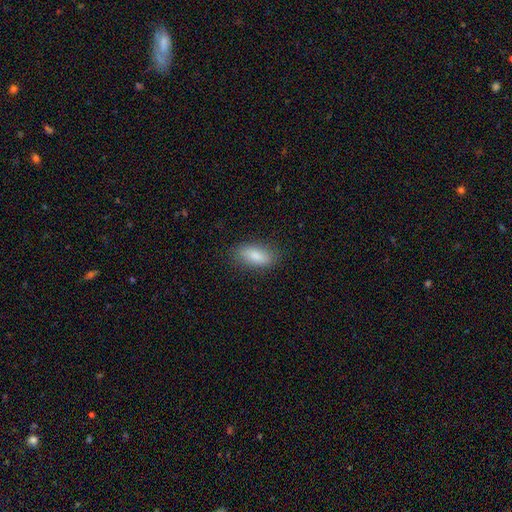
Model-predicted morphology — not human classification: Smooth or featured: smooth — 85% (featured or disk — 8%)
How rounded: in between — 87% (cigar-shaped — 9%)
Merging: none — 83% (minor disturbance — 13%)